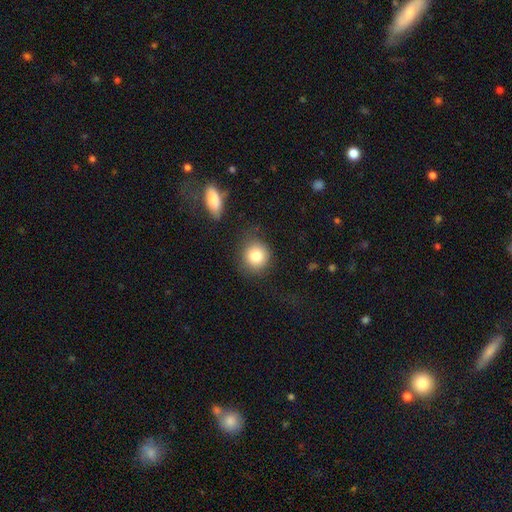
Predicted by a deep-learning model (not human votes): smooth_or_featured: smooth (p=0.82) [alt: star or artifact p=0.09]
how_rounded: round (p=0.85) [alt: in between p=0.14]
merging: none (p=0.75) [alt: minor disturbance p=0.15]